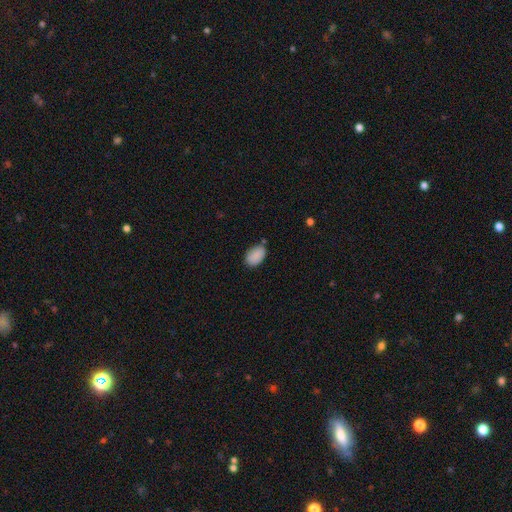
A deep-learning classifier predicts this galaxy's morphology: Smooth or featured? smooth (89%)
How rounded? in between (90%)
Merging? none (77%)